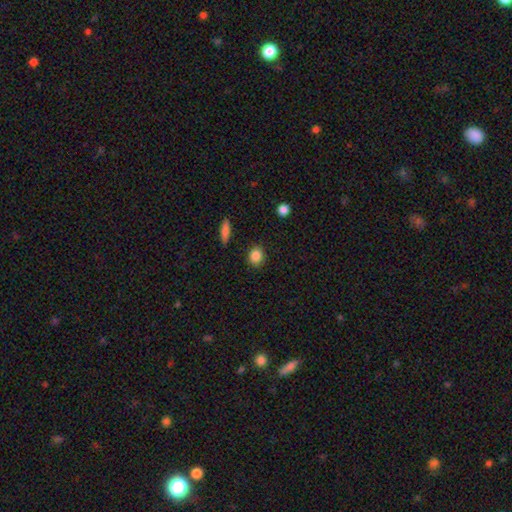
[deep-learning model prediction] Smooth or featured? Predicted: smooth (p=0.86). How rounded? Predicted: round (p=0.70). Merging? Predicted: none (p=0.88).